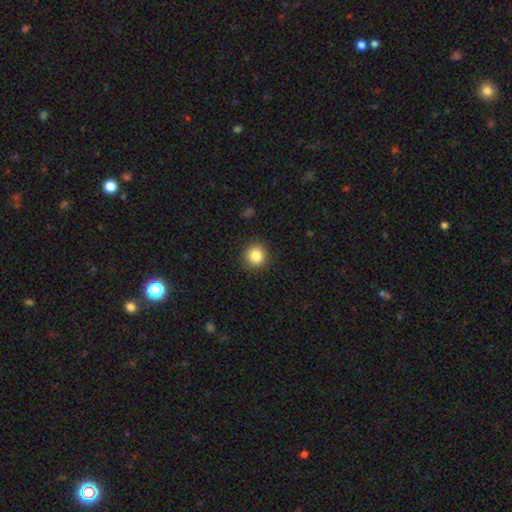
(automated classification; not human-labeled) Smooth or featured?
  - smooth: 85% *
  - star or artifact: 10%
  - featured or disk: 5%
How rounded?
  - round: 92% *
  - in between: 7%
  - cigar-shaped: 1%
Merging?
  - none: 91% *
  - minor disturbance: 6%
  - major disturbance: 2%
  - merger: 1%